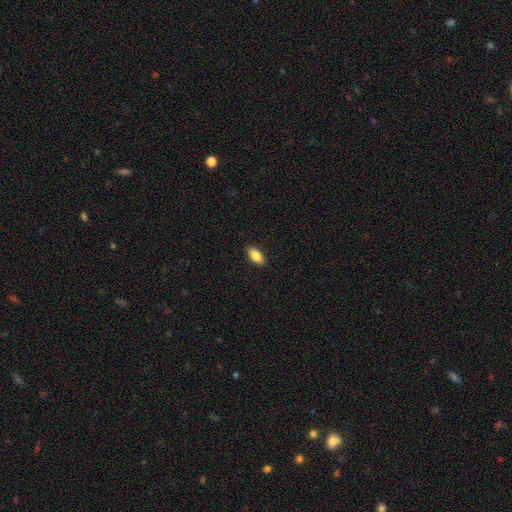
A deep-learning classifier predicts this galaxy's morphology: Smooth or featured? Predicted: smooth (p=0.85). How rounded? Predicted: in between (p=0.87). Merging? Predicted: none (p=0.89).